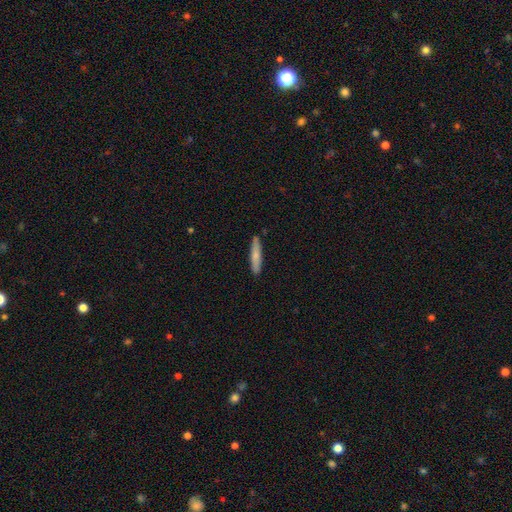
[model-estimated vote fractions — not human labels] Smooth or featured?
  - smooth: 73% *
  - featured or disk: 22%
  - star or artifact: 6%
How rounded?
  - cigar-shaped: 89% *
  - in between: 9%
  - round: 1%
Merging?
  - none: 88% *
  - minor disturbance: 9%
  - major disturbance: 2%
  - merger: 2%